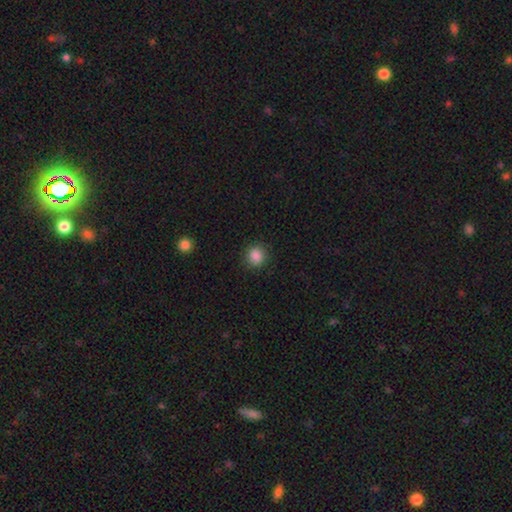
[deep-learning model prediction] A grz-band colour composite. It shows a smooth galaxy with no disk features (86%) that is round (87%). Merging: none (88%).